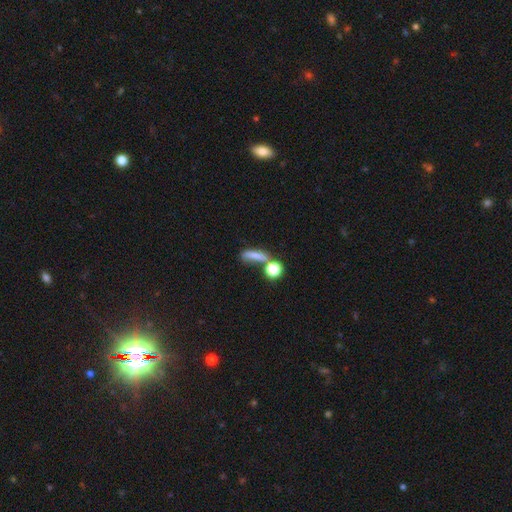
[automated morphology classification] smooth 71%, featured or disk 15%, star or artifact 13%. Down the decision tree: how rounded — cigar-shaped (50%); merging — none (47%).